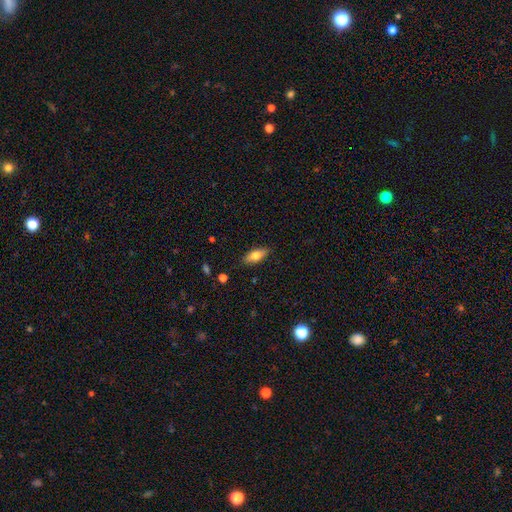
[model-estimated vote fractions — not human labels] A smooth galaxy with no disk features (72%) that is in between round and cigar-shaped (79%). Merging: none (86%).